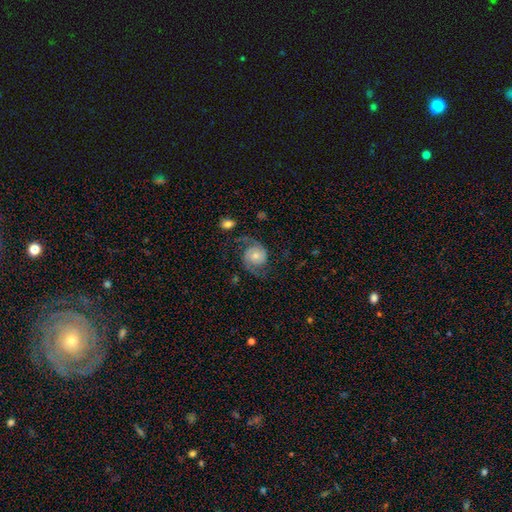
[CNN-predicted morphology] Overall: featured or disk (74%). Edge-on disk: no (98%). Bar: no (75%). Spiral arms: yes (94%). Spiral arm count: 2 (90%). Spiral winding: medium (44%; loose 35%). Bulge size: moderate (47%; small 42%). Merging: none (66%).